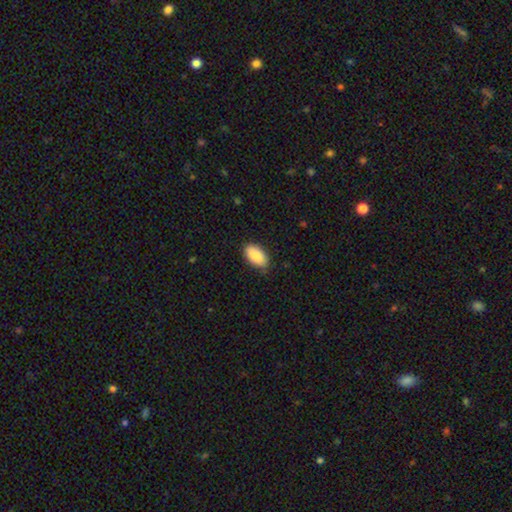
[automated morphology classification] A smooth galaxy with no disk features (87%) that is in between round and cigar-shaped (94%).

Vote fractions:
- Smooth or featured? smooth: 87% / featured or disk: 7% / star or artifact: 7%
- How rounded? in between: 94% / round: 4% / cigar-shaped: 2%
- Merging? none: 82% / minor disturbance: 15% / major disturbance: 2% / merger: 1%